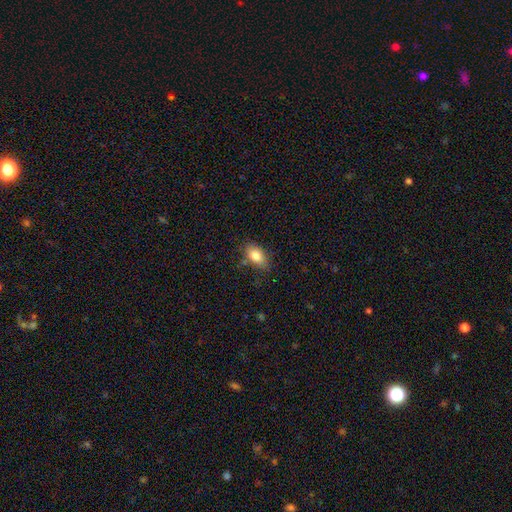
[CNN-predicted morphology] Smooth or featured? Predicted: smooth (p=0.82). How rounded? Predicted: in between (p=0.90). Merging? Predicted: none (p=0.77).